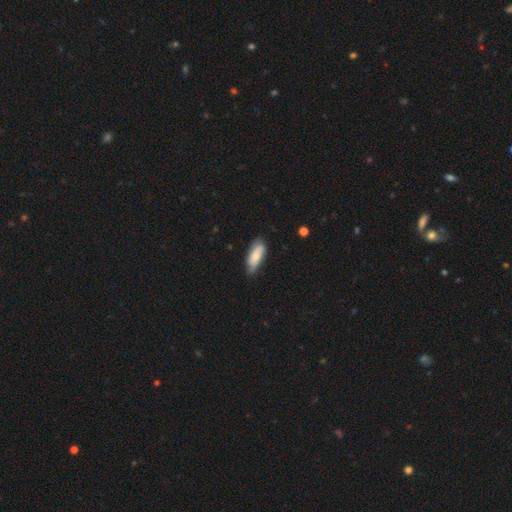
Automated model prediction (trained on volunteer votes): smooth_or_featured: smooth (p=0.71) [alt: featured or disk p=0.23]
how_rounded: in between (p=0.72) [alt: cigar-shaped p=0.26]
merging: none (p=0.70) [alt: minor disturbance p=0.25]